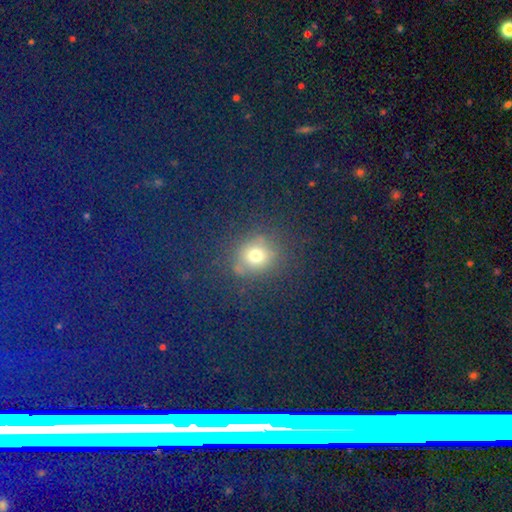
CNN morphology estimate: This is likely a smooth galaxy (64%). How rounded: likely round (78%). Merging: likely none (76%).